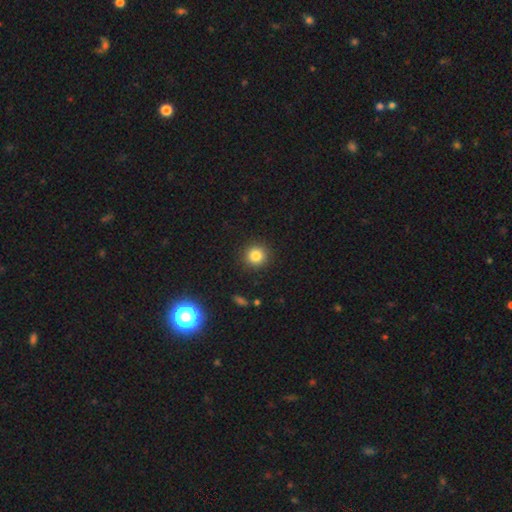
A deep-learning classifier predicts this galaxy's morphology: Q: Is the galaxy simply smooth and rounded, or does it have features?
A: smooth — 83%.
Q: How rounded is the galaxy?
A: round — 93%.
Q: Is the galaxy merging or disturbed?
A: none — 91%.